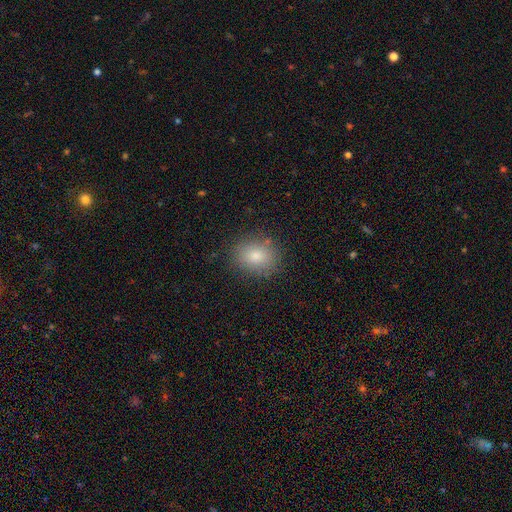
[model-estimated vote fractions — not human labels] Smooth or featured? Predicted: smooth (p=0.80). How rounded? Predicted: round (p=0.57). Merging? Predicted: none (p=0.86).